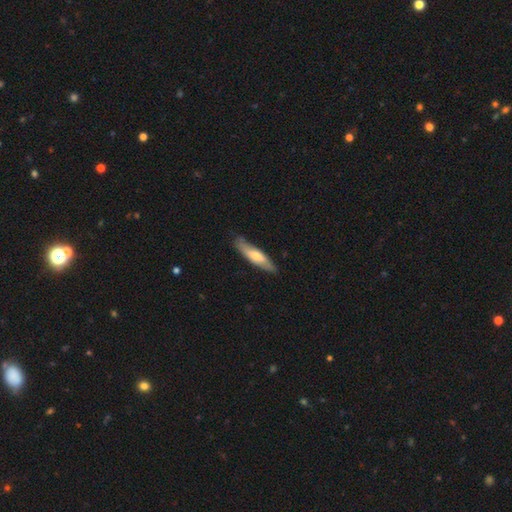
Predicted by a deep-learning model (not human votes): Smooth or featured? Predicted: smooth (p=0.53). How rounded? Predicted: cigar-shaped (p=0.74). Merging? Predicted: none (p=0.80).